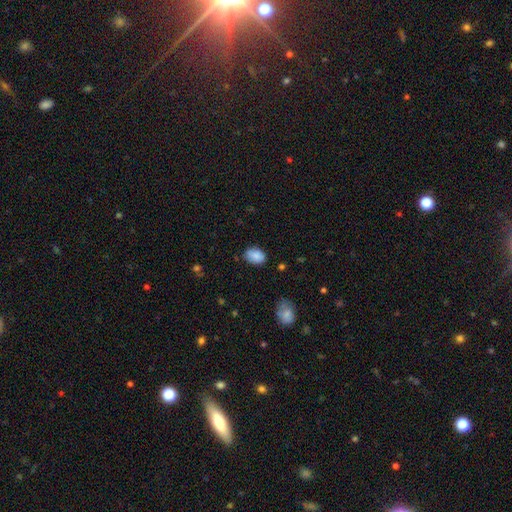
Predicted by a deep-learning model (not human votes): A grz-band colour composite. It shows a smooth galaxy with no disk features (85%) that is in between round and cigar-shaped (83%). Merging: none (74%).